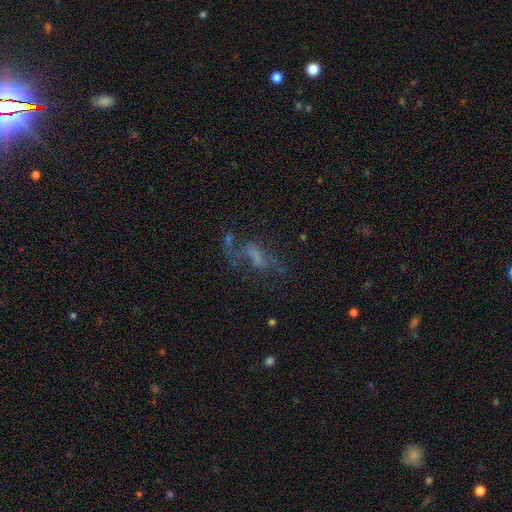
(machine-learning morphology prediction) smooth_or_featured: featured or disk (p=0.42) [alt: smooth p=0.35]
merging: major disturbance (p=0.38) [alt: none p=0.35]